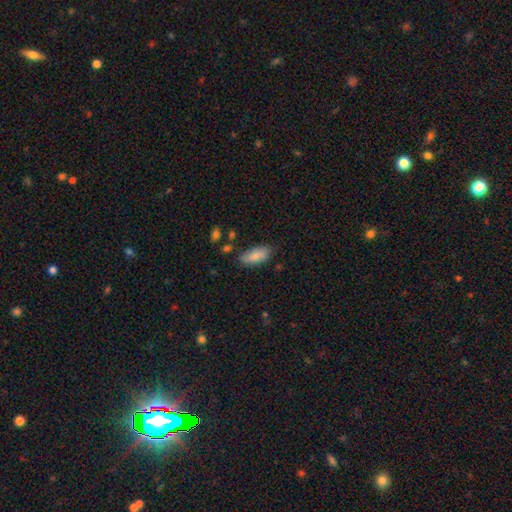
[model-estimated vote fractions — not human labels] This appears to be a smooth galaxy with no disk features (83%) that is in between round and cigar-shaped (88%). Merging: none (74%).